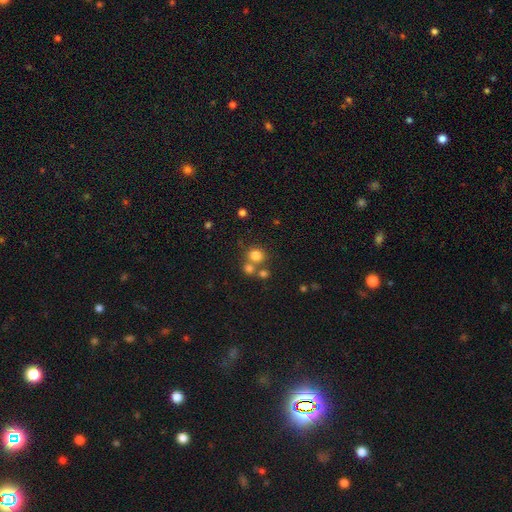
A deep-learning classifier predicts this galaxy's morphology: Smooth or featured?
  - smooth: 77% *
  - star or artifact: 15%
  - featured or disk: 8%
How rounded?
  - round: 84% *
  - in between: 15%
  - cigar-shaped: 1%
Merging?
  - none: 56% *
  - merger: 31%
  - minor disturbance: 8%
  - major disturbance: 4%